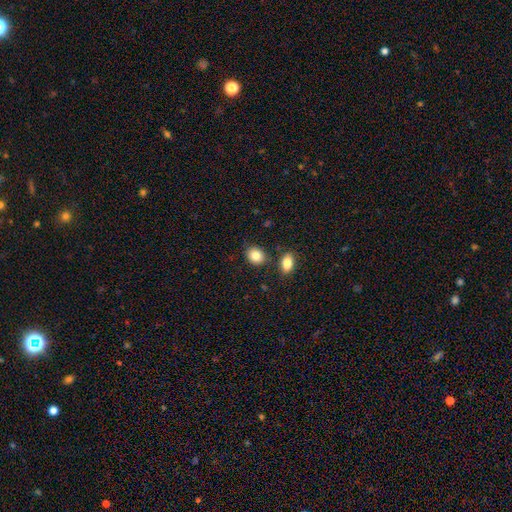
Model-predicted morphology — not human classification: This appears to be a smooth galaxy with no disk features (84%) that is in between round and cigar-shaped (51%). Merging: none (79%).